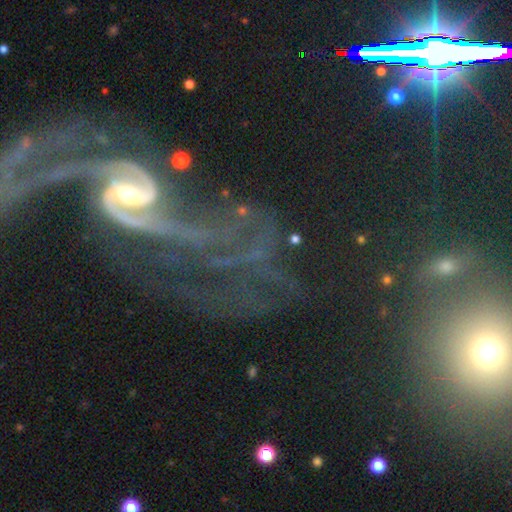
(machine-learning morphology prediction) Q: Smooth or featured?
A: featured or disk (72%); runner-up: star or artifact (18%)
Q: Edge-on disk?
A: no (94%); runner-up: yes (6%)
Q: Bar?
A: no (42%); runner-up: weak (36%)
Q: Spiral arms?
A: yes (88%); runner-up: no (12%)
Q: Spiral winding?
A: loose (52%); runner-up: medium (33%)
Q: Spiral arm count?
A: 2 (71%); runner-up: can't tell (8%)
Q: Bulge size?
A: small (46%); runner-up: moderate (40%)
Q: Merging?
A: none (36%); runner-up: major disturbance (35%)